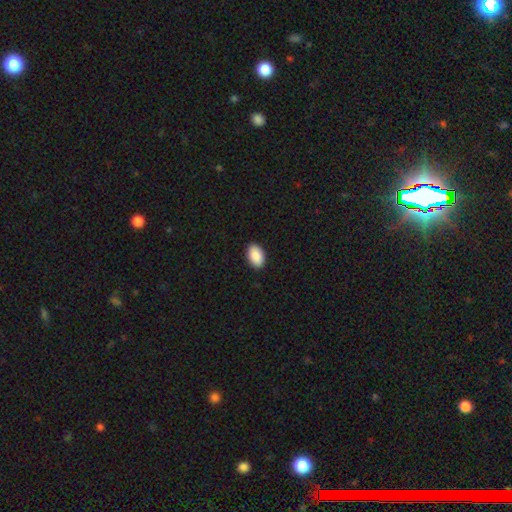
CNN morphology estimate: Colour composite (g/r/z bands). It shows a smooth galaxy with no disk features (91%) that is in between round and cigar-shaped (93%). Merging: none (90%).